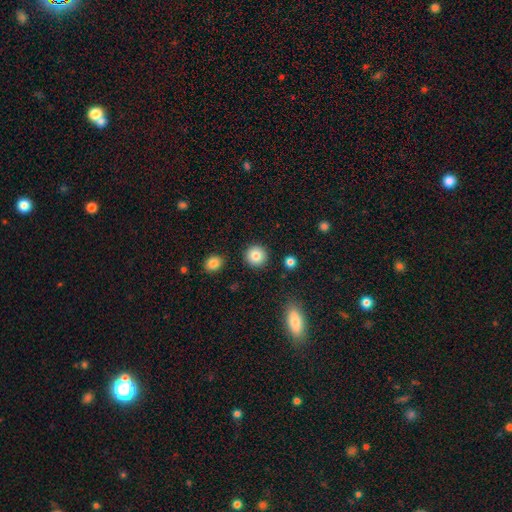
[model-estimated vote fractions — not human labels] The model was most divided on "smooth or featured": smooth: 85%, star or artifact: 9%, featured or disk: 6%. More confident: how rounded — round (94%); merging — none (90%).